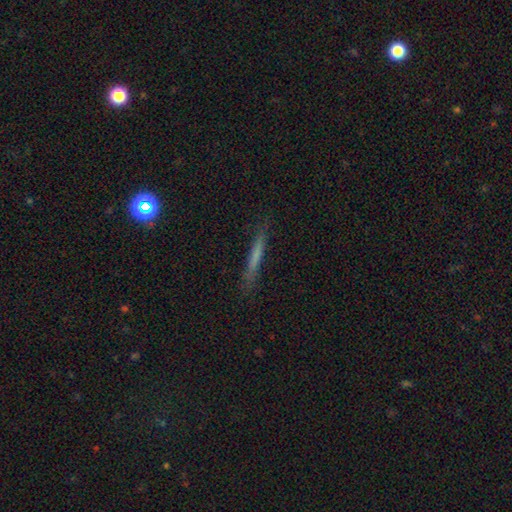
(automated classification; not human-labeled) Q: Smooth or featured?
A: smooth (62%); runner-up: featured or disk (30%)
Q: How rounded?
A: cigar-shaped (95%); runner-up: in between (3%)
Q: Merging?
A: none (84%); runner-up: minor disturbance (12%)